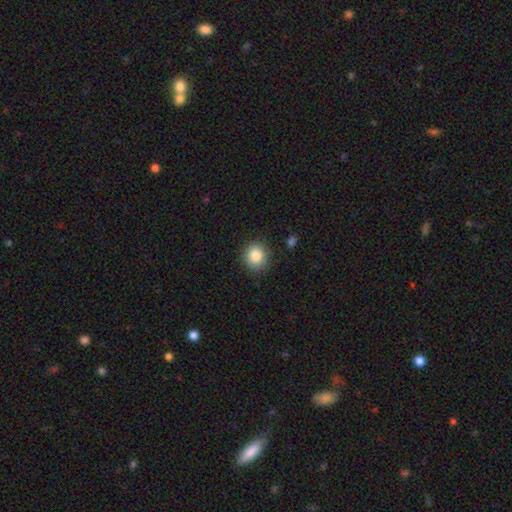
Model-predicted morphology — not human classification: Smooth or featured? smooth (85%)
How rounded? round (83%)
Merging? none (87%)